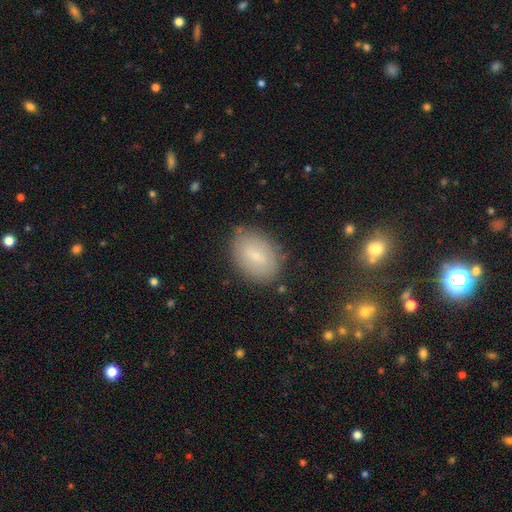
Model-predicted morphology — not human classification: smooth-or-featured: smooth: 72% | featured or disk: 20% | star or artifact: 8%
  how-rounded: in between: 85% | round: 13% | cigar-shaped: 2%
  merging: none: 81% | minor disturbance: 14% | major disturbance: 4% | merger: 2%